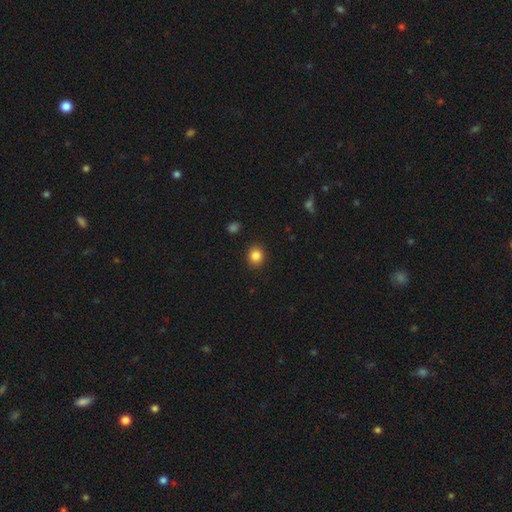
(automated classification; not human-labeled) Smooth or featured? smooth (86%)
How rounded? round (80%)
Merging? none (90%)